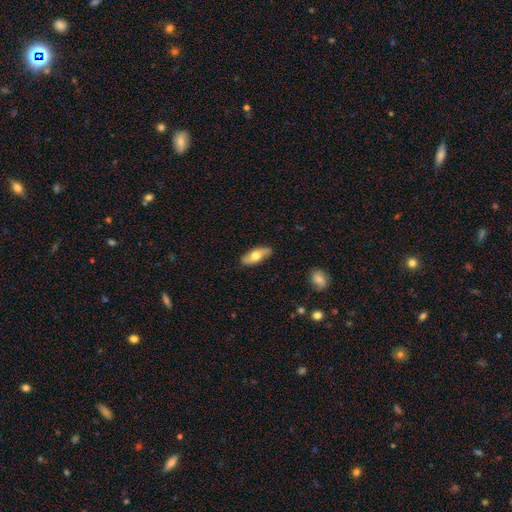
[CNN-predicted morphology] A smooth galaxy with no disk features (60%) that is in between round and cigar-shaped (73%).

Vote fractions:
- Smooth or featured? smooth: 60% / featured or disk: 34% / star or artifact: 6%
- How rounded? in between: 73% / cigar-shaped: 23% / round: 3%
- Merging? none: 86% / minor disturbance: 11% / major disturbance: 2% / merger: 1%